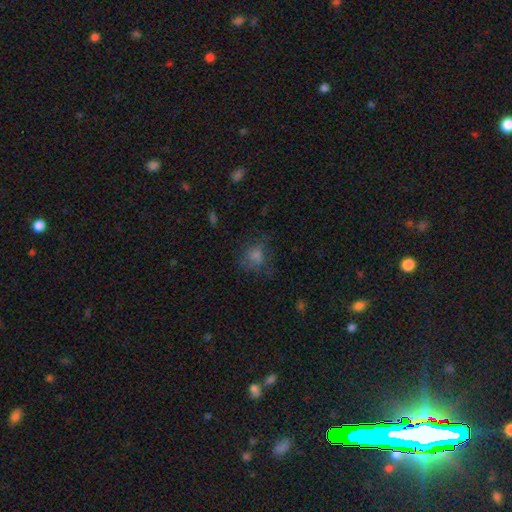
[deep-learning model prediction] A smooth galaxy with no disk features (62%) that is round (68%).

Vote fractions:
- Smooth or featured? smooth: 62% / star or artifact: 22% / featured or disk: 16%
- How rounded? round: 68% / in between: 31% / cigar-shaped: 1%
- Merging? none: 60% / minor disturbance: 21% / major disturbance: 17% / merger: 2%